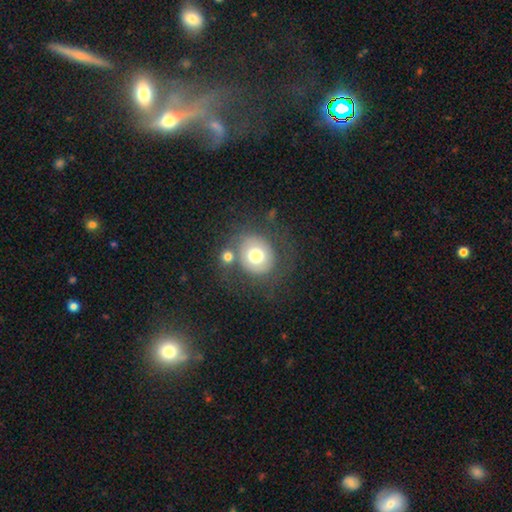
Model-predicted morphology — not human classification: This appears to be a smooth galaxy with no disk features (62%) that is round (81%). Merging: none (55%).